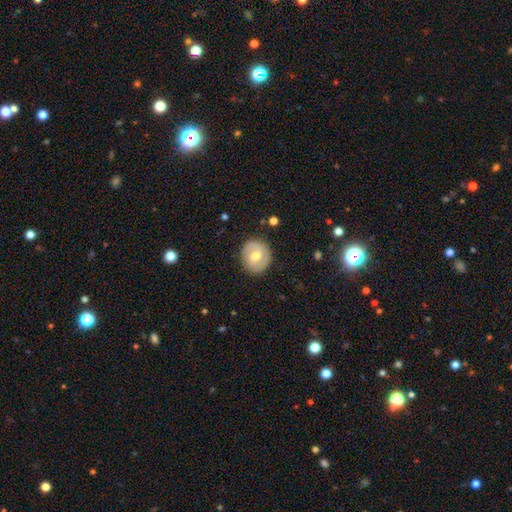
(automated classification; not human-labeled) A featured or disk galaxy (50%). Merging: none (86%).